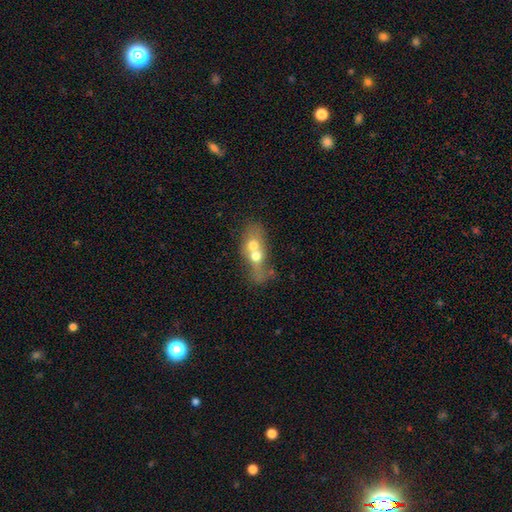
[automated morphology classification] This is possibly a smooth galaxy (55%). How rounded: possibly in between (57%). Merging: likely merger (74%).